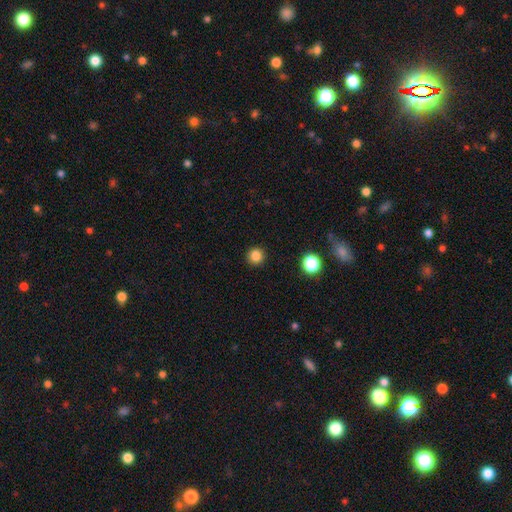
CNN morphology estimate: Smooth or featured? smooth (84%)
How rounded? round (95%)
Merging? none (92%)